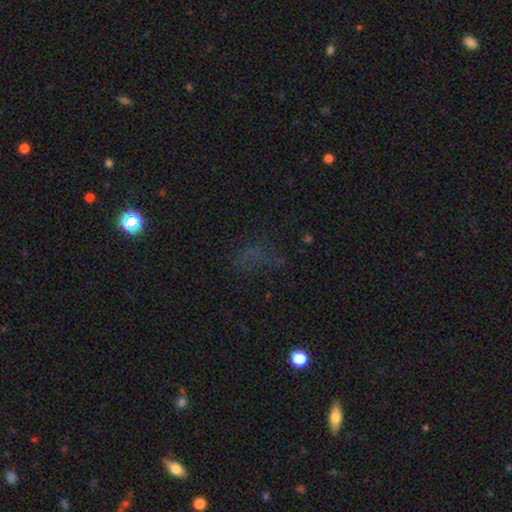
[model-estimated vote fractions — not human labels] smooth-or-featured: star or artifact: 44% | smooth: 38% | featured or disk: 18%